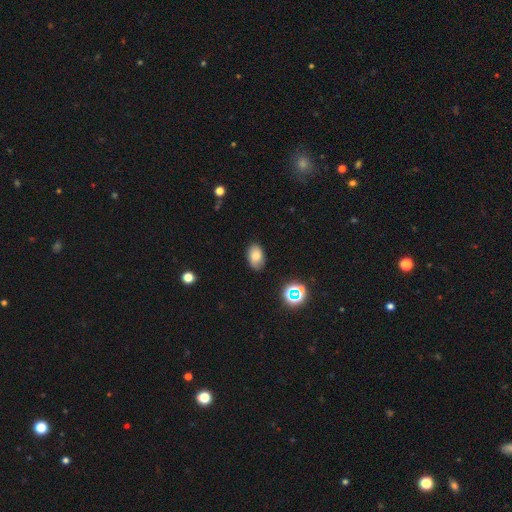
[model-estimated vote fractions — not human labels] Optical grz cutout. It shows a smooth galaxy with no disk features (78%) that is in between round and cigar-shaped (88%). Merging: none (82%).